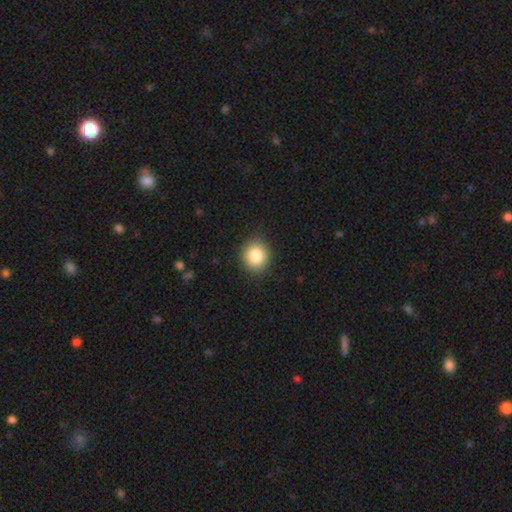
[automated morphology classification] Smooth or featured?
  - smooth: 84% *
  - star or artifact: 10%
  - featured or disk: 6%
How rounded?
  - round: 80% *
  - in between: 19%
  - cigar-shaped: 1%
Merging?
  - none: 89% *
  - minor disturbance: 8%
  - major disturbance: 2%
  - merger: 1%